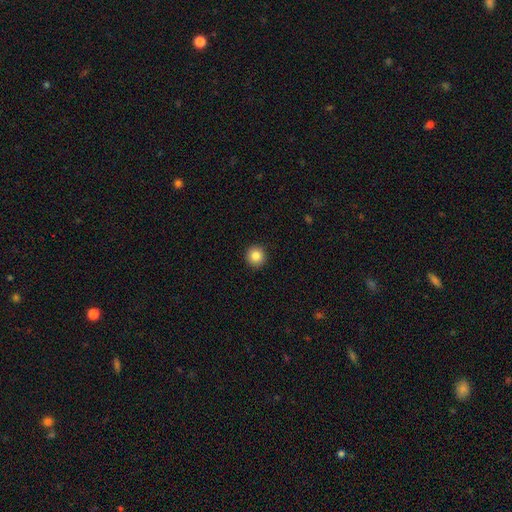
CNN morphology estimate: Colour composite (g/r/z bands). It shows a smooth galaxy with no disk features (84%) that is round (95%). Merging: none (93%).